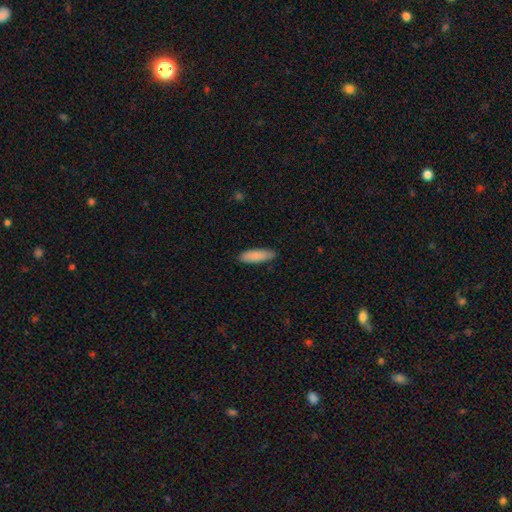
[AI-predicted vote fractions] A smooth galaxy with no disk features (88%) that is in between round and cigar-shaped (51%). Merging: none (85%).